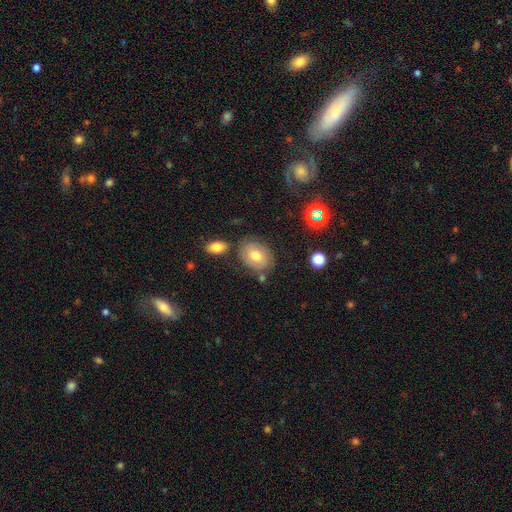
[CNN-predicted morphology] The model was most divided on "smooth or featured": smooth: 61%, featured or disk: 29%, star or artifact: 10%. More confident: merging — none (72%); how rounded — in between (70%).